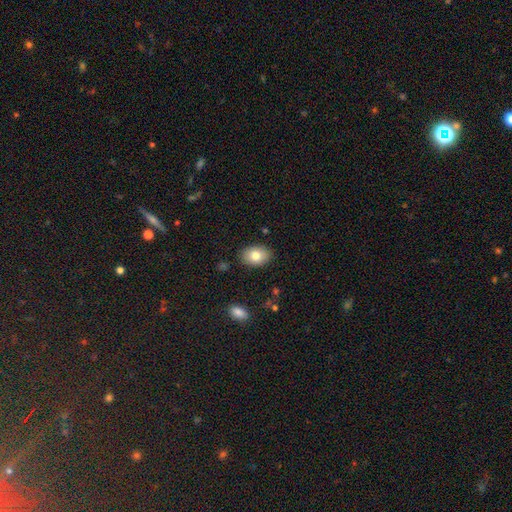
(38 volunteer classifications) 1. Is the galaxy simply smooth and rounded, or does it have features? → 89% smooth, 11% featured or disk, 0% star or artifact.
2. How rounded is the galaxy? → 85% in between, 15% round, 0% cigar-shaped.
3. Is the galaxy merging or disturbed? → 92% none, 8% minor disturbance, 0% major disturbance, 0% merger.